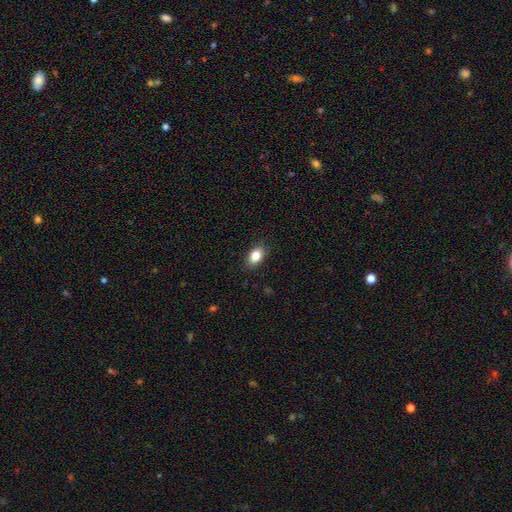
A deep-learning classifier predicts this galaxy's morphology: A smooth galaxy with no disk features (84%) that is in between round and cigar-shaped (85%). Merging: none (87%).